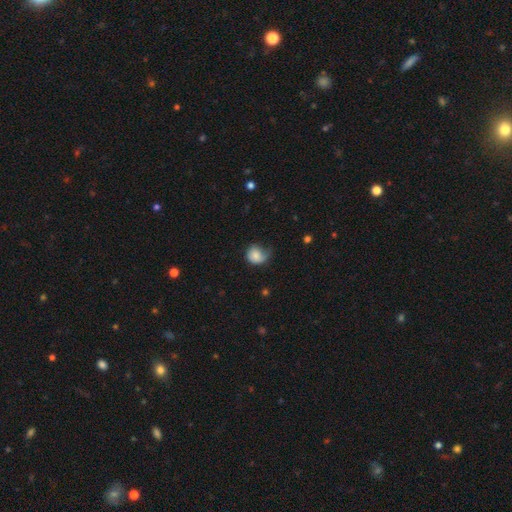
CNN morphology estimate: smooth_or_featured: smooth (p=0.76) [alt: featured or disk p=0.17]
how_rounded: round (p=0.68) [alt: in between p=0.31]
merging: minor disturbance (p=0.37) [alt: none p=0.34]